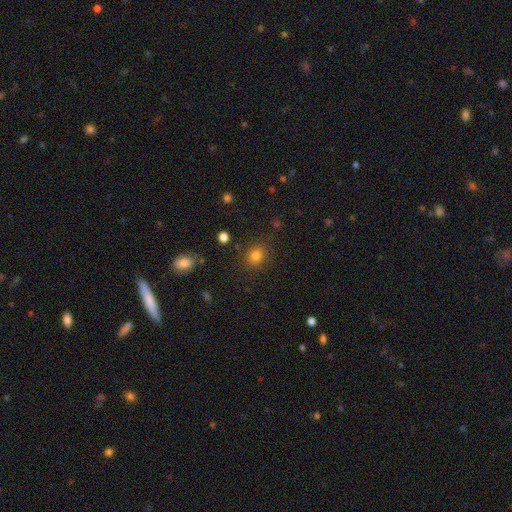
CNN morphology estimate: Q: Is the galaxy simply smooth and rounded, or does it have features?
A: smooth — 80%.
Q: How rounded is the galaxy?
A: round — 78%.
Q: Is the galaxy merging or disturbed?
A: none — 83%.